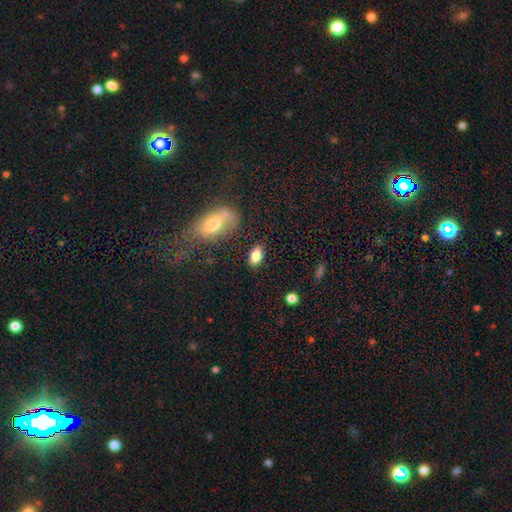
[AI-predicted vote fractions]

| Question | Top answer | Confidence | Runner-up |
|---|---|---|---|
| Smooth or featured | smooth | 82% | featured or disk (10%) |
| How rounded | in between | 89% | round (7%) |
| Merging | none | 84% | minor disturbance (10%) |